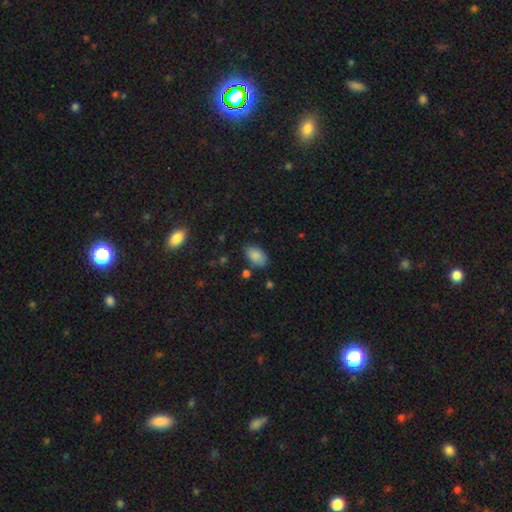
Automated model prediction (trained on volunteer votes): Smooth or featured? smooth (86%)
How rounded? in between (92%)
Merging? none (77%)